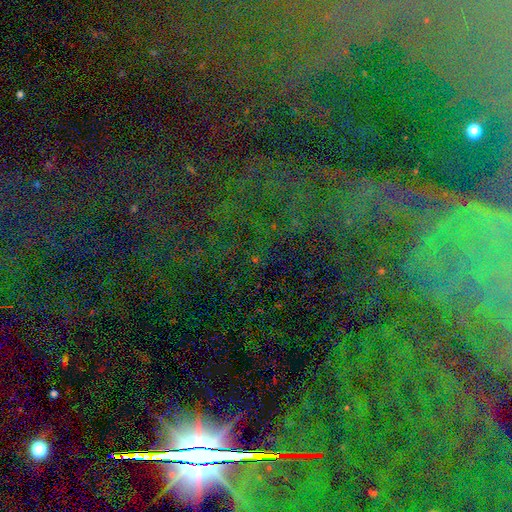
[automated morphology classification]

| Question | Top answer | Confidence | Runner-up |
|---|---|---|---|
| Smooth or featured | star or artifact | 79% | featured or disk (12%) |